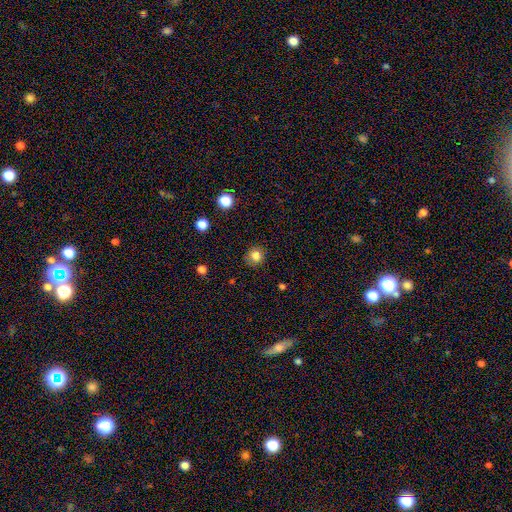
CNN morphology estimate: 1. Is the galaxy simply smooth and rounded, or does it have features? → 83% smooth, 12% star or artifact, 5% featured or disk.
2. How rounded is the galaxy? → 91% round, 8% in between, 1% cigar-shaped.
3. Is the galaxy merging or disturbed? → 87% none, 9% minor disturbance, 3% major disturbance, 1% merger.